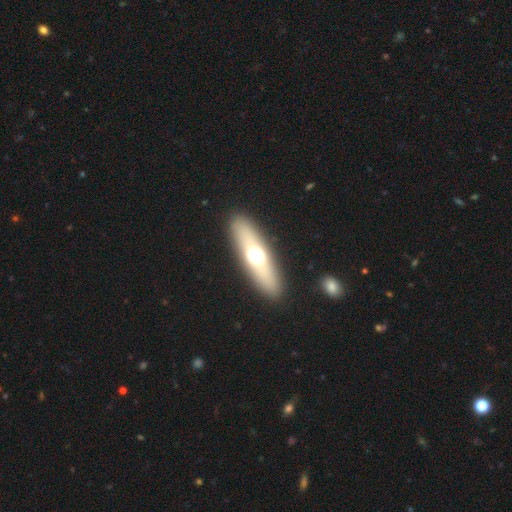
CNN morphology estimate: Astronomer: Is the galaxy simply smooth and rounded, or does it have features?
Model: smooth — 49% (runner-up: featured or disk, 41%).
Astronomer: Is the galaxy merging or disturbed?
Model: none — 89%.